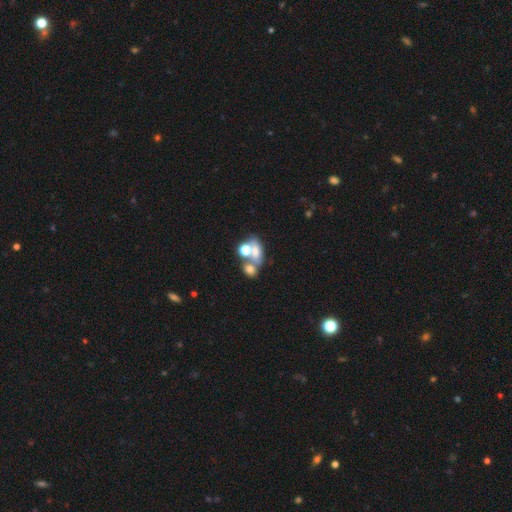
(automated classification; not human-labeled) The model was most divided on "smooth or featured": smooth: 42%, featured or disk: 32%, star or artifact: 26%. More confident: merging — merger (52%).